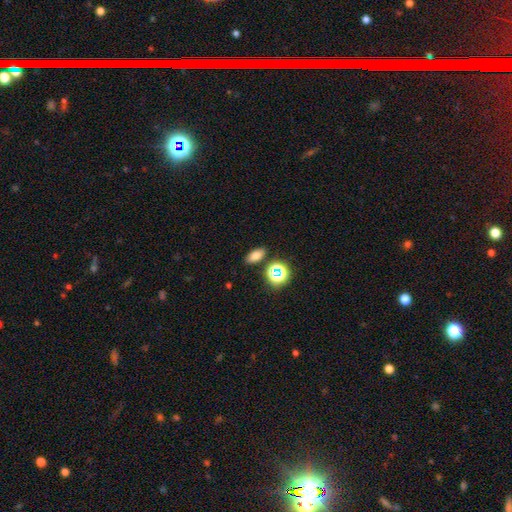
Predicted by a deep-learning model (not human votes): Smooth or featured? smooth (73%)
How rounded? in between (84%)
Merging? none (84%)